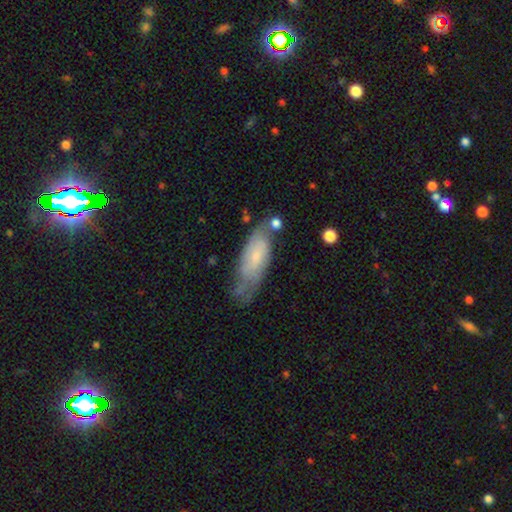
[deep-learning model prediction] Q: Smooth or featured?
A: smooth (49%); runner-up: featured or disk (45%)
Q: Merging?
A: none (50%); runner-up: minor disturbance (30%)